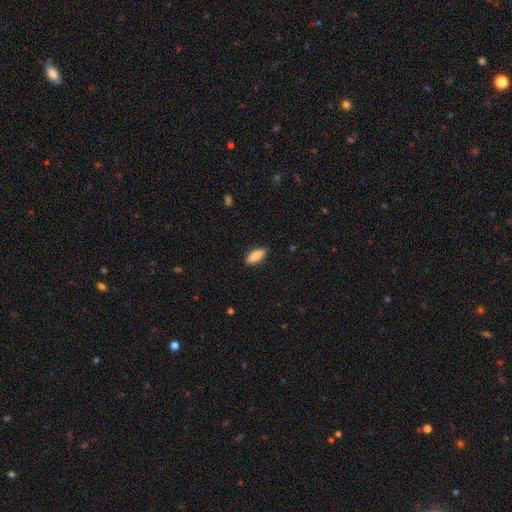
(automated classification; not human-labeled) smooth 85%, featured or disk 9%, star or artifact 6%. Down the decision tree: how rounded — in between (58%); merging — none (89%).